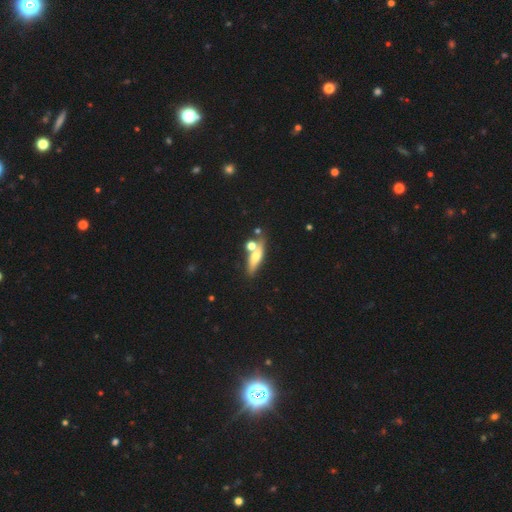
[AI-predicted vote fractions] Smooth or featured: smooth — 51% (featured or disk — 39%)
How rounded: cigar-shaped — 57% (in between — 36%)
Merging: none — 57% (merger — 23%)